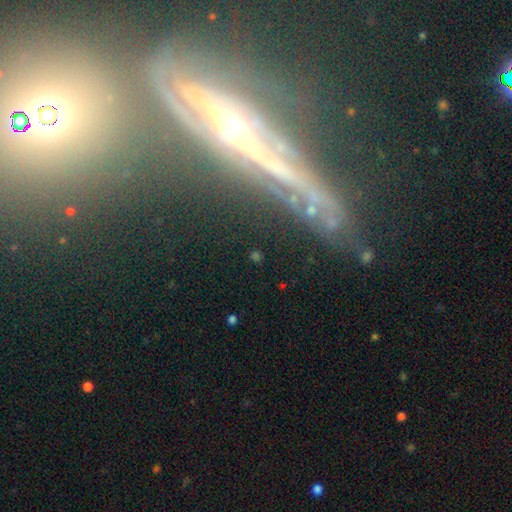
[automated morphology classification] smooth-or-featured: smooth: 37% | featured or disk: 33% | star or artifact: 30%
  merging: none: 77% | minor disturbance: 12% | major disturbance: 7% | merger: 5%